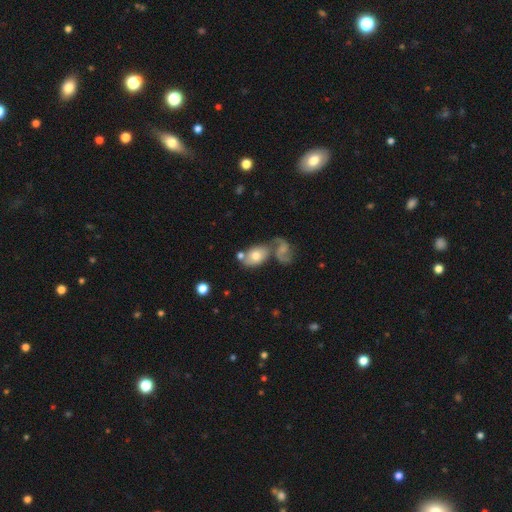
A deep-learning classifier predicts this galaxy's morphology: Smooth or featured?
  - smooth: 58% *
  - featured or disk: 34%
  - star or artifact: 8%
How rounded?
  - in between: 81% *
  - round: 17%
  - cigar-shaped: 2%
Merging?
  - merger: 44% *
  - none: 32%
  - minor disturbance: 14%
  - major disturbance: 11%